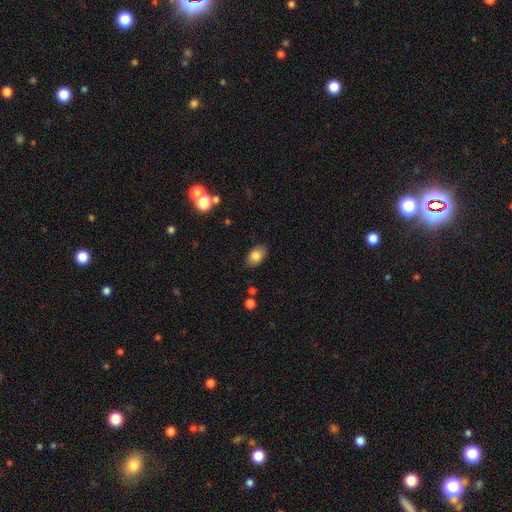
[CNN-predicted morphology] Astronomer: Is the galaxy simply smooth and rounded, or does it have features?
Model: smooth — 82%.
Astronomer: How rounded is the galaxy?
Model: in between — 89%.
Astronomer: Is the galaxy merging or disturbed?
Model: none — 84%.